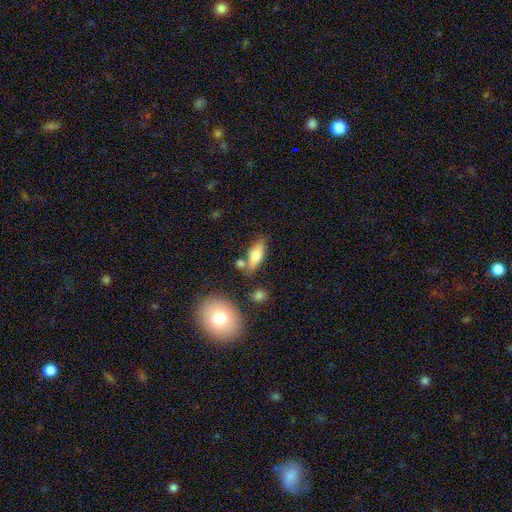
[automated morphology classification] Q: Smooth or featured?
A: smooth (72%); runner-up: featured or disk (21%)
Q: How rounded?
A: in between (69%); runner-up: cigar-shaped (28%)
Q: Merging?
A: none (64%); runner-up: minor disturbance (17%)